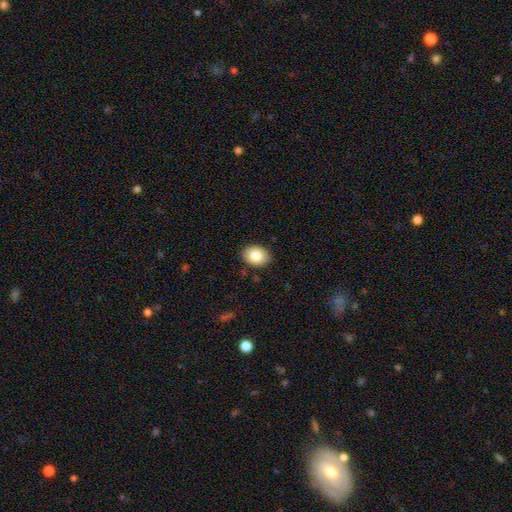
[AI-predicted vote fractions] smooth 82%, featured or disk 10%, star or artifact 8%. Down the decision tree: how rounded — in between (64%); merging — none (87%).